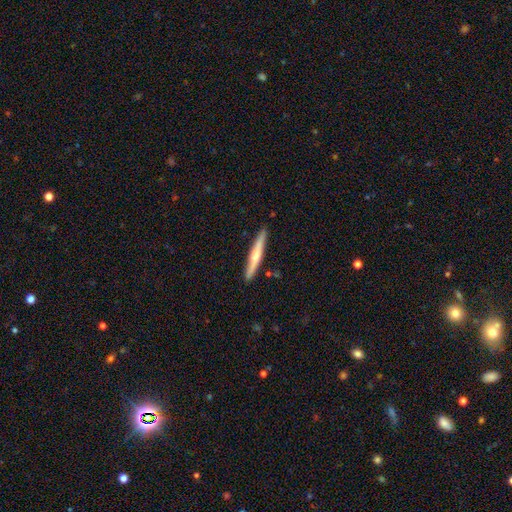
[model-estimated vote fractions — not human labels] This appears to be a featured or disk galaxy (52%) viewed edge-on (97%). Merging: none (90%).